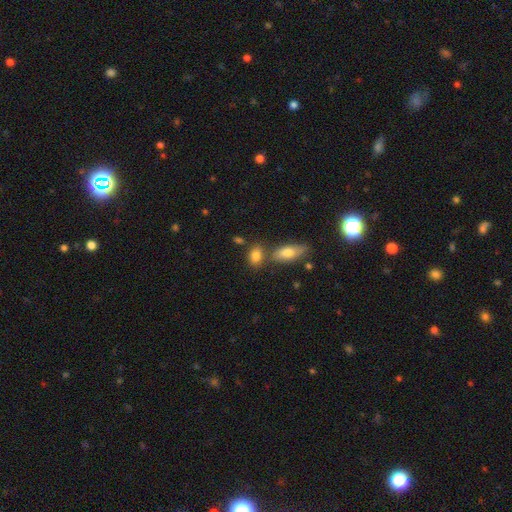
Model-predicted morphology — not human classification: A smooth galaxy with no disk features (82%) that is in between round and cigar-shaped (77%).

Vote fractions:
- Smooth or featured? smooth: 82% / featured or disk: 9% / star or artifact: 9%
- How rounded? in between: 77% / round: 19% / cigar-shaped: 4%
- Merging? none: 62% / merger: 21% / minor disturbance: 13% / major disturbance: 4%